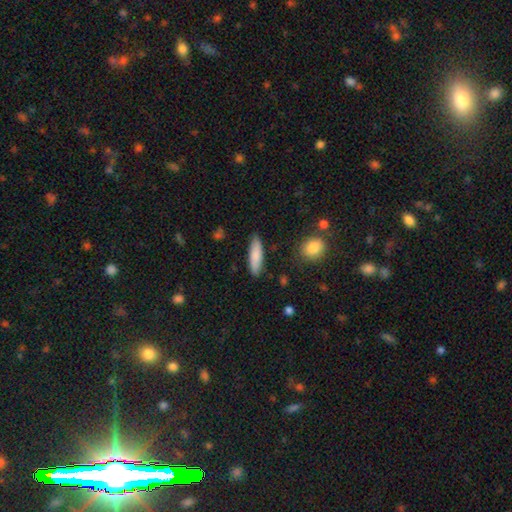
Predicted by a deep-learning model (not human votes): The model was most divided on "how rounded": cigar-shaped: 59%, in between: 39%, round: 2%. More confident: merging — none (85%); smooth or featured — smooth (83%).